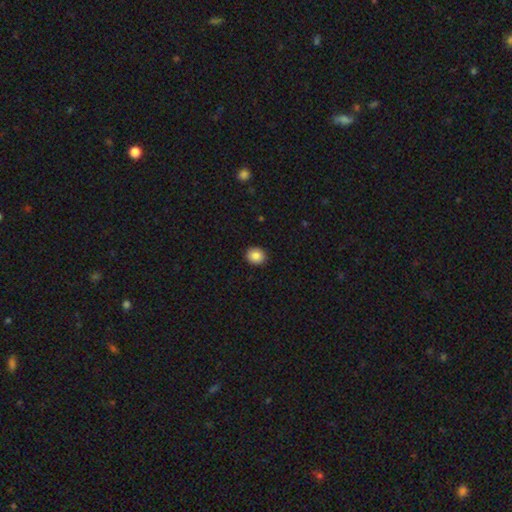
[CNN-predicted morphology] Q: Smooth or featured?
A: smooth (85%); runner-up: star or artifact (9%)
Q: How rounded?
A: round (70%); runner-up: in between (29%)
Q: Merging?
A: none (91%); runner-up: minor disturbance (6%)